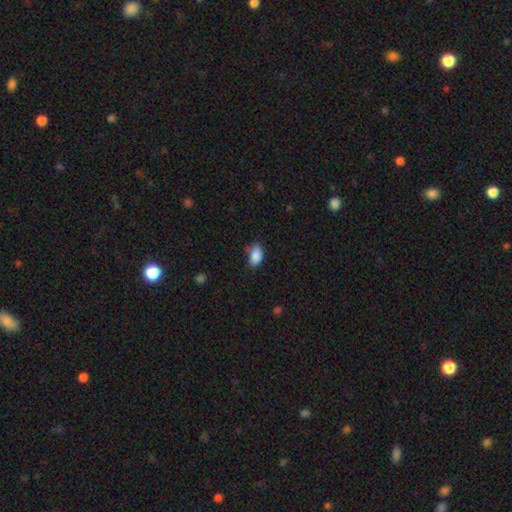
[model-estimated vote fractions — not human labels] Morphology: type=smooth (88%); roundness=in between (92%); merging=none (68%).